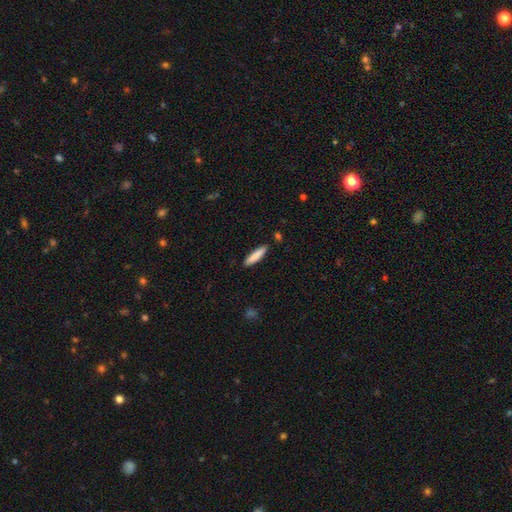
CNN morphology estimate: smooth-or-featured: smooth: 85% | featured or disk: 9% | star or artifact: 6%
  how-rounded: cigar-shaped: 83% | in between: 16% | round: 1%
  merging: none: 88% | minor disturbance: 8% | merger: 2% | major disturbance: 2%